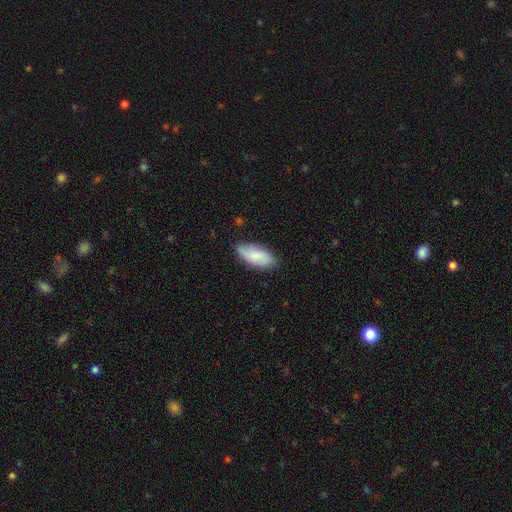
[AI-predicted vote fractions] smooth 76%, featured or disk 18%, star or artifact 6%. Down the decision tree: how rounded — in between (85%); merging — none (81%).